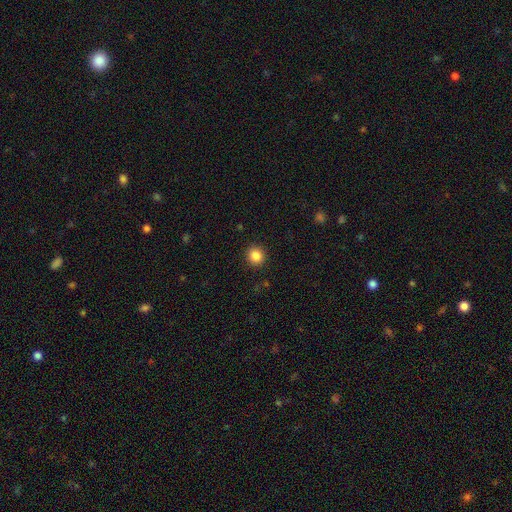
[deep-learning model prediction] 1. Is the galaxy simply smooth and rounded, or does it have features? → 86% smooth, 10% star or artifact, 4% featured or disk.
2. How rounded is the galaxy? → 93% round, 6% in between, 1% cigar-shaped.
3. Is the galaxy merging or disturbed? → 92% none, 5% minor disturbance, 2% major disturbance, 1% merger.